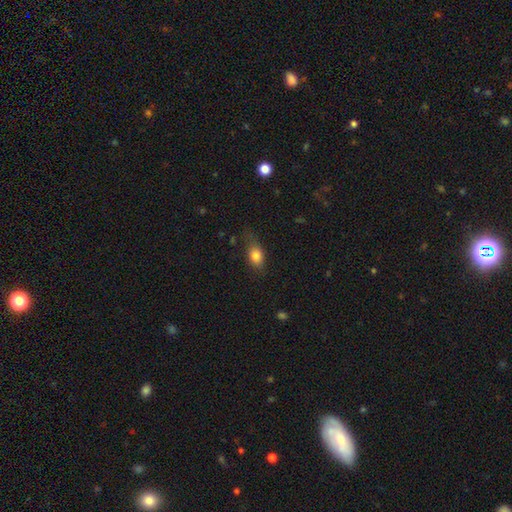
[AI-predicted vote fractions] Overall: smooth (79%). How rounded: in between (73%). Merging: none (62%; minor disturbance 27%).